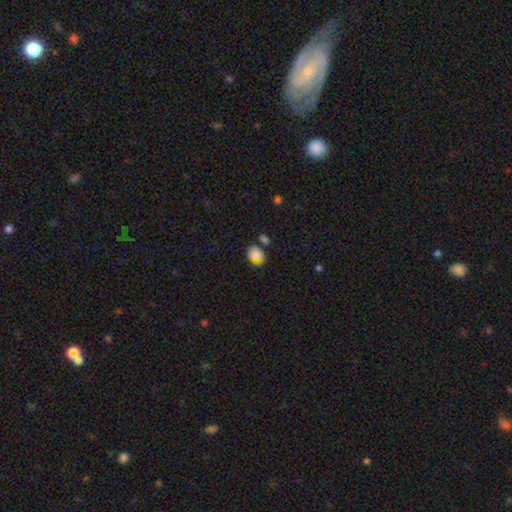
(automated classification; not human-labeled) smooth_or_featured: smooth (p=0.77) [alt: featured or disk p=0.12]
how_rounded: round (p=0.54) [alt: in between p=0.45]
merging: none (p=0.53) [alt: minor disturbance p=0.26]